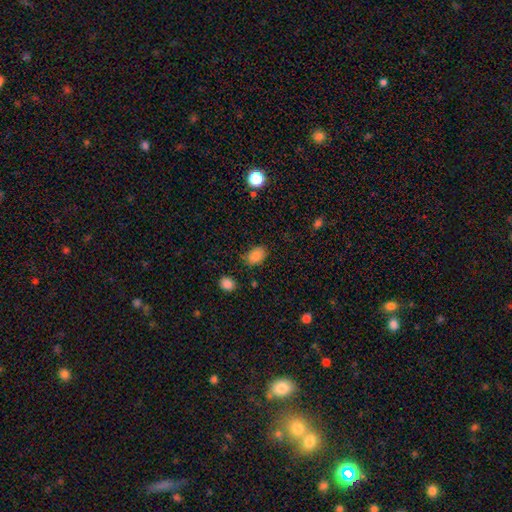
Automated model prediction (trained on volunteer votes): The model was most divided on "merging": none: 76%, minor disturbance: 17%, major disturbance: 4%, merger: 2%. More confident: smooth or featured — smooth (85%); how rounded — in between (81%).